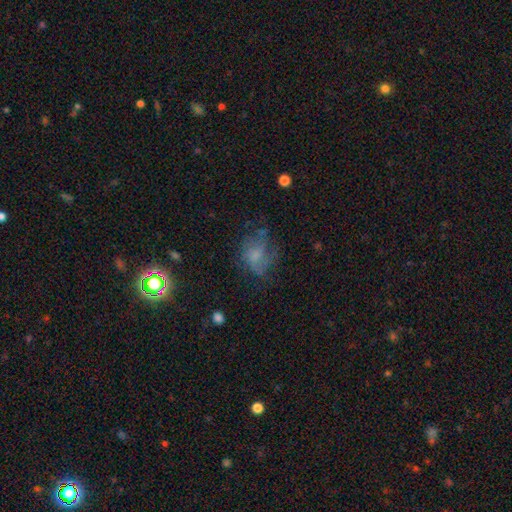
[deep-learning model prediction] Overall: smooth (47%; featured or disk 36%). Merging: none (47%; major disturbance 27%).